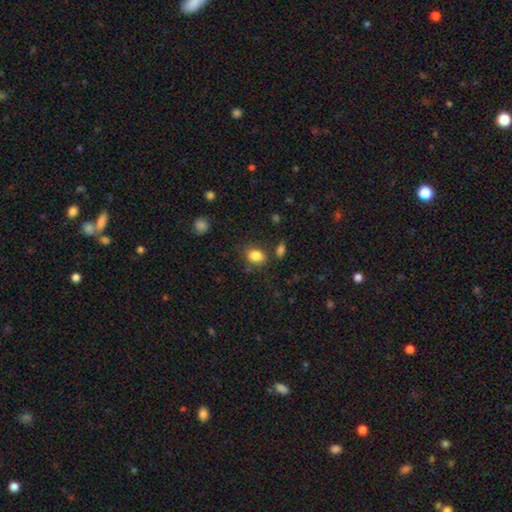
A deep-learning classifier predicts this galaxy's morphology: The model was most divided on "how rounded": in between: 65%, round: 34%, cigar-shaped: 1%. More confident: smooth or featured — smooth (85%); merging — none (73%).